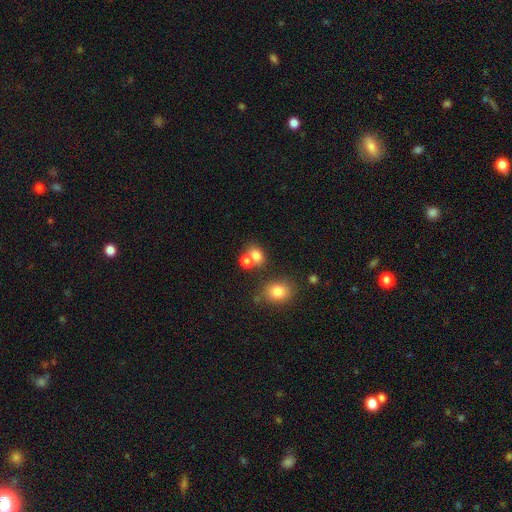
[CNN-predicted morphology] Smooth or featured? Predicted: smooth (p=0.77). How rounded? Predicted: in between (p=0.57). Merging? Predicted: none (p=0.46).